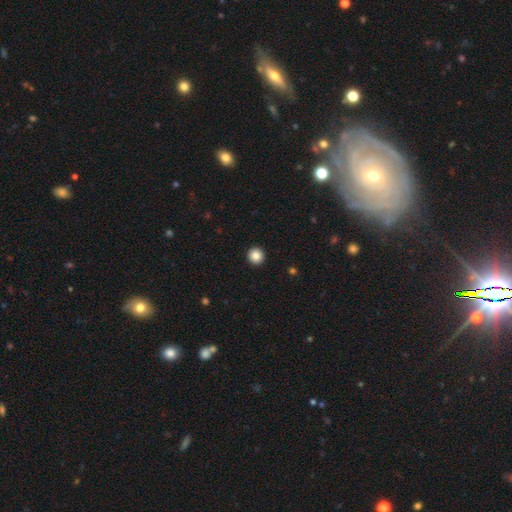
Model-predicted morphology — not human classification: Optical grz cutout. It shows a smooth galaxy with no disk features (87%) that is round (95%). Merging: none (94%).